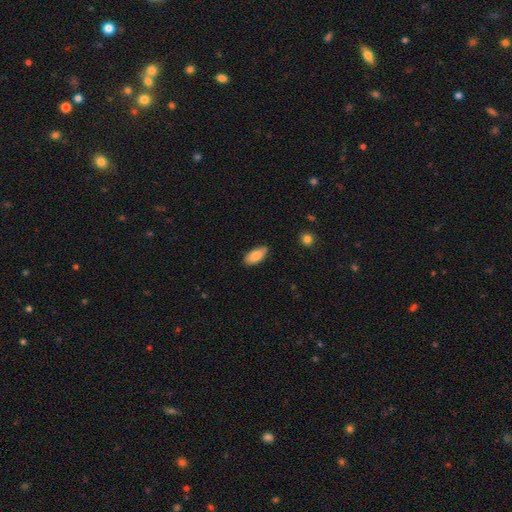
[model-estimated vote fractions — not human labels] Morphology: type=smooth (85%); roundness=in between (89%); merging=none (80%).